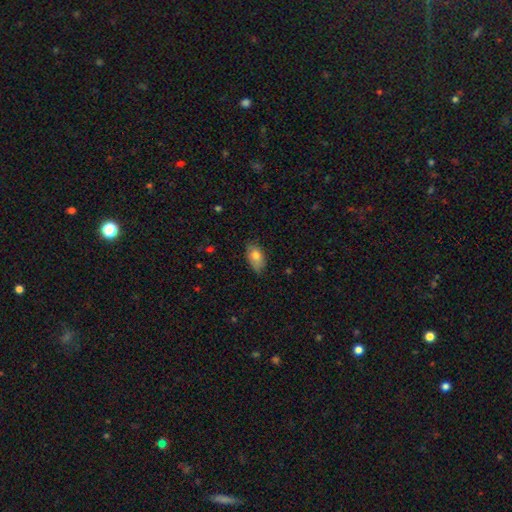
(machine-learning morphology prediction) A smooth galaxy with no disk features (79%) that is in between round and cigar-shaped (91%). Merging: none (70%).